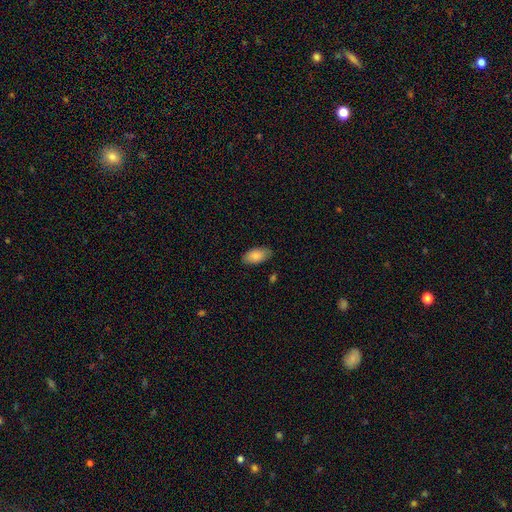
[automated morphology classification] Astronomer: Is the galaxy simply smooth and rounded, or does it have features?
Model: smooth — 86%.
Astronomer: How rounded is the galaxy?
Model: in between — 95%.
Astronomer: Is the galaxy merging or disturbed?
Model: none — 84%.